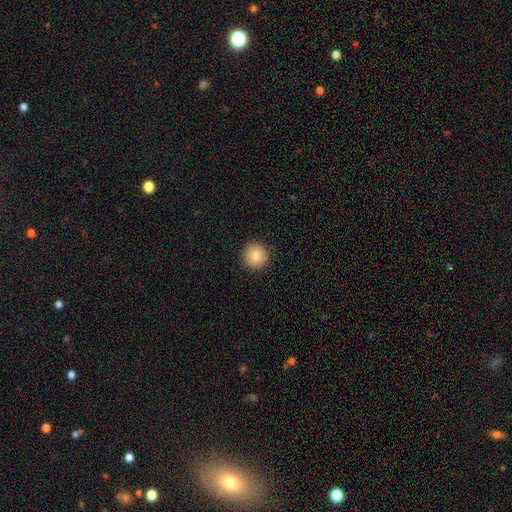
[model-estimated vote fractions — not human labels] smooth 82%, featured or disk 9%, star or artifact 9%. Down the decision tree: how rounded — round (94%); merging — none (92%).